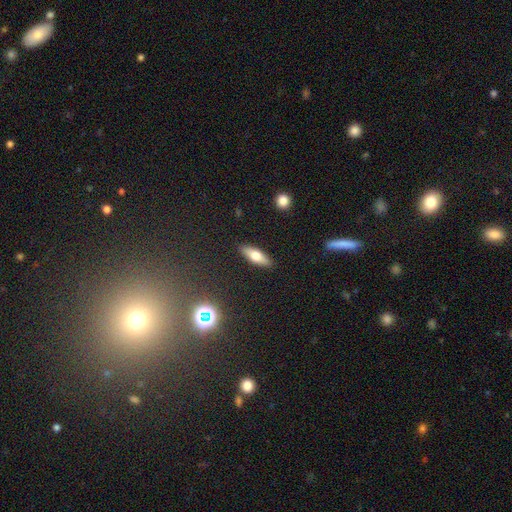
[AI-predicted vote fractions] This is likely a smooth galaxy (65%). How rounded: possibly in between (55%). Merging: clearly none (89%).